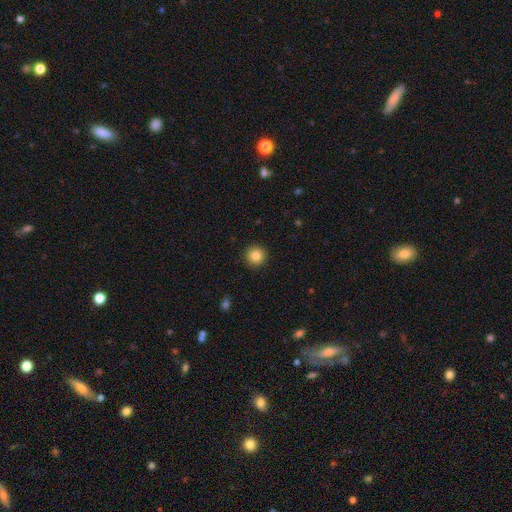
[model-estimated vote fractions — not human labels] This appears to be a smooth galaxy with no disk features (84%) that is round (95%). Merging: none (93%).